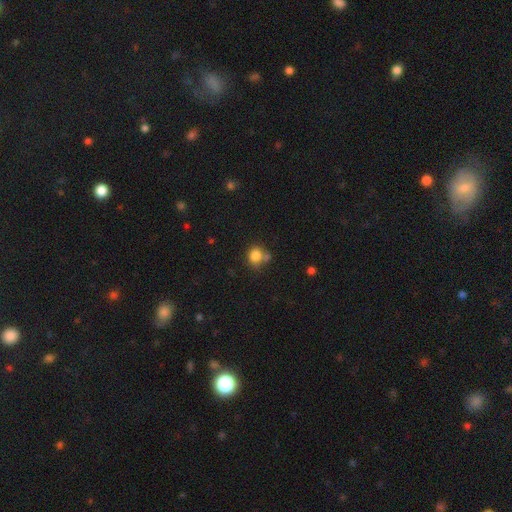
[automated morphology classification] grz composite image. It shows a smooth galaxy with no disk features (82%) that is round (77%). Merging: none (58%).